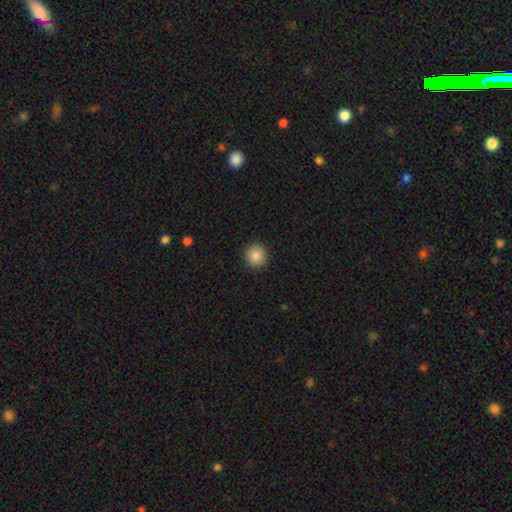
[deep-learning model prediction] smooth-or-featured: smooth: 87% | star or artifact: 9% | featured or disk: 4%
  how-rounded: round: 90% | in between: 9% | cigar-shaped: 1%
  merging: none: 92% | minor disturbance: 6% | major disturbance: 2% | merger: 1%